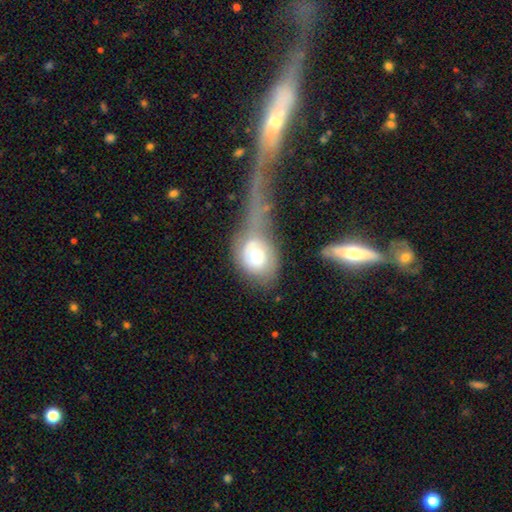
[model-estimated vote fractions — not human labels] A smooth galaxy with no disk features (51%) that is in between round and cigar-shaped (58%). Merging: merger (33%).